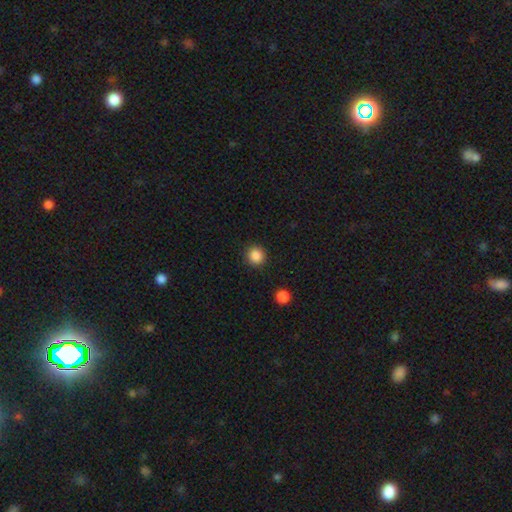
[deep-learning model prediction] smooth_or_featured: smooth (p=0.87) [alt: star or artifact p=0.10]
how_rounded: round (p=0.92) [alt: in between p=0.08]
merging: none (p=0.90) [alt: minor disturbance p=0.06]